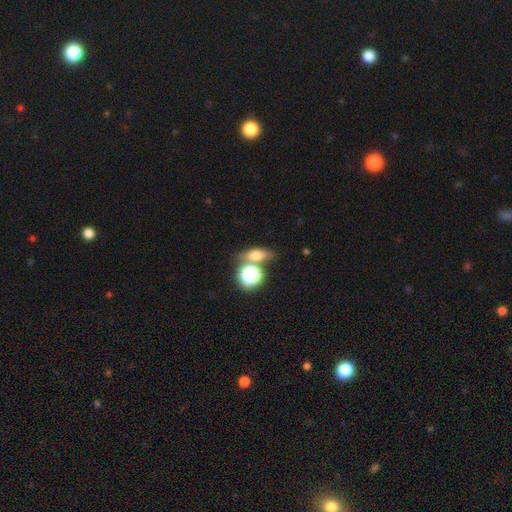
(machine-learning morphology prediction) The model was most divided on "how rounded": in between: 55%, round: 33%, cigar-shaped: 12%. More confident: smooth or featured — smooth (64%); merging — none (60%).